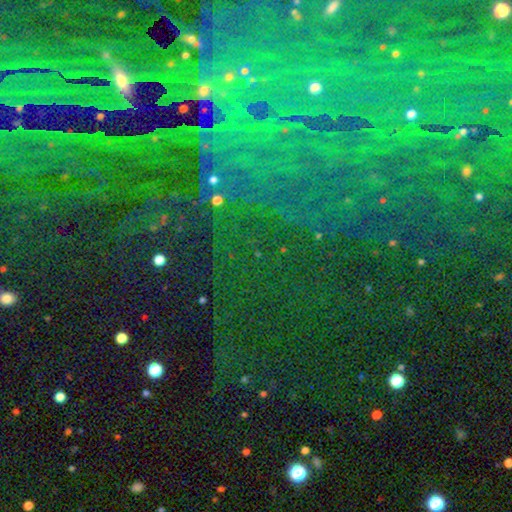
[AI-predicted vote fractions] smooth-or-featured: star or artifact: 79% | featured or disk: 12% | smooth: 10%